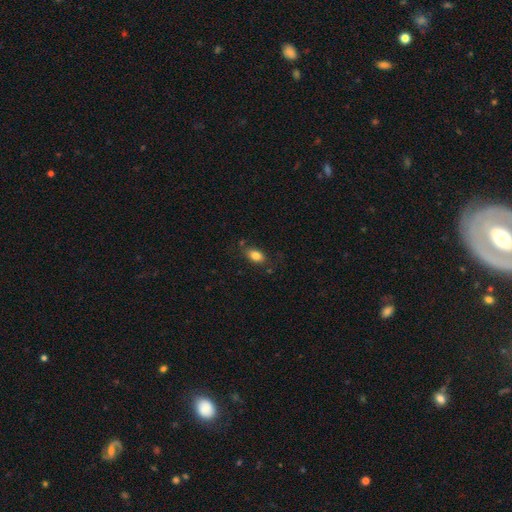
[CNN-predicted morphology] A smooth galaxy with no disk features (82%) that is in between round and cigar-shaped (87%).

Vote fractions:
- Smooth or featured? smooth: 82% / featured or disk: 10% / star or artifact: 8%
- How rounded? in between: 87% / round: 9% / cigar-shaped: 3%
- Merging? none: 75% / minor disturbance: 17% / major disturbance: 5% / merger: 4%